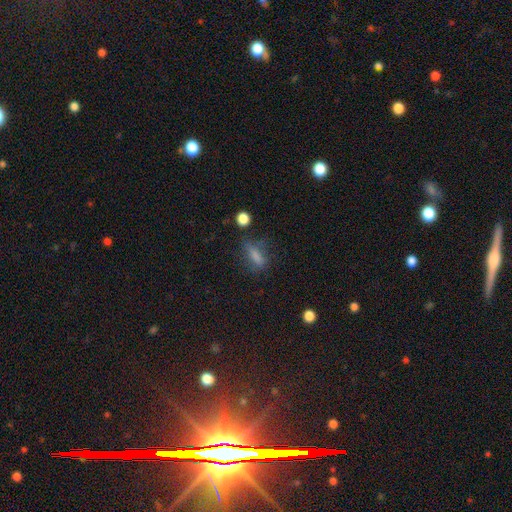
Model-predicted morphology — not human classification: smooth 71%, featured or disk 15%, star or artifact 14%. Down the decision tree: how rounded — in between (53%); merging — none (55%).